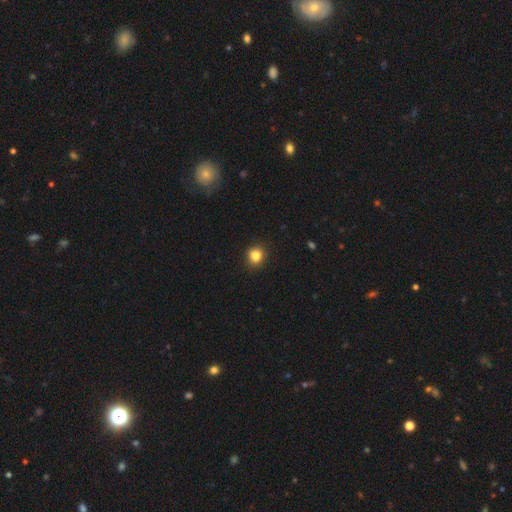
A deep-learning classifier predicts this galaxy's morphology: smooth_or_featured: smooth (p=0.85) [alt: star or artifact p=0.11]
how_rounded: round (p=0.78) [alt: in between p=0.21]
merging: none (p=0.88) [alt: minor disturbance p=0.09]